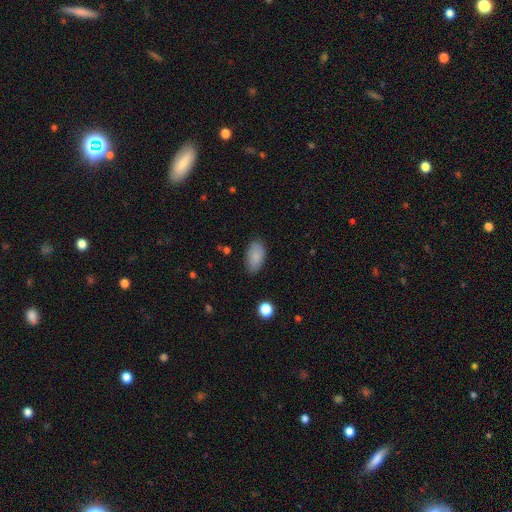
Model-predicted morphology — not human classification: Smooth or featured? smooth (85%)
How rounded? in between (93%)
Merging? none (80%)